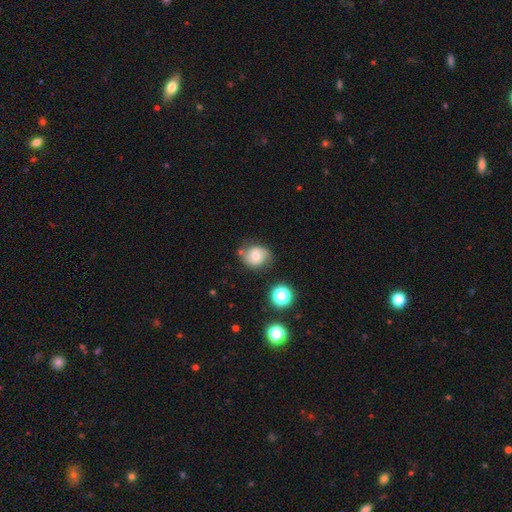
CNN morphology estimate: Smooth or featured? smooth (55%)
How rounded? round (66%)
Merging? none (66%)